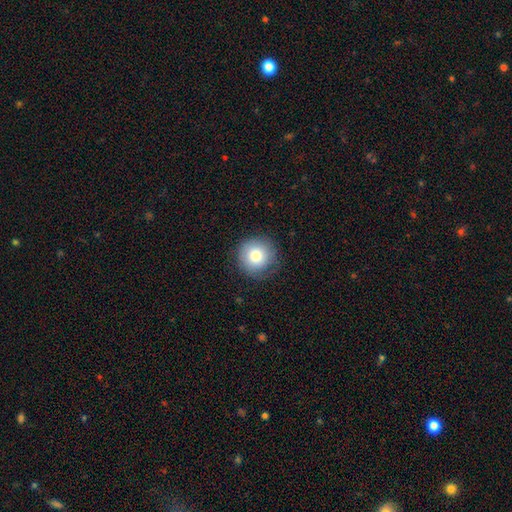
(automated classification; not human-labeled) Smooth or featured?
  - smooth: 79% *
  - featured or disk: 11%
  - star or artifact: 9%
How rounded?
  - round: 95% *
  - in between: 4%
  - cigar-shaped: 1%
Merging?
  - none: 81% *
  - minor disturbance: 14%
  - major disturbance: 4%
  - merger: 1%